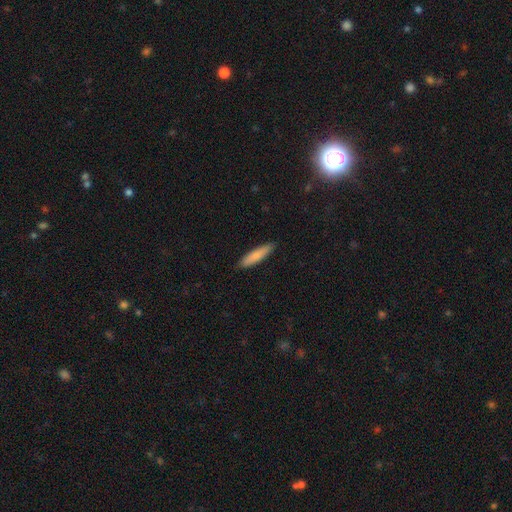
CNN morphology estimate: Smooth or featured?
  - smooth: 81% *
  - featured or disk: 13%
  - star or artifact: 5%
How rounded?
  - cigar-shaped: 80% *
  - in between: 18%
  - round: 1%
Merging?
  - none: 88% *
  - minor disturbance: 9%
  - major disturbance: 2%
  - merger: 1%